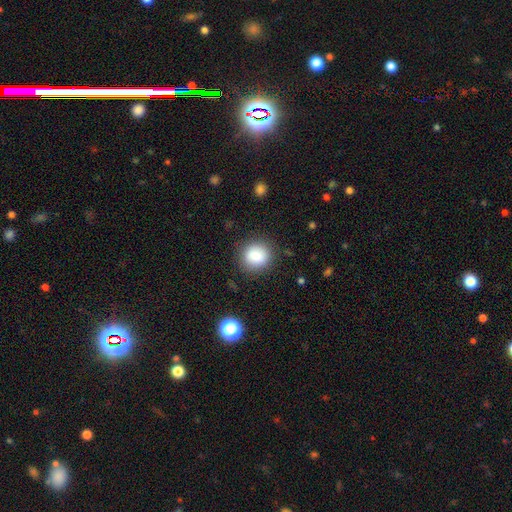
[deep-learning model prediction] Smooth or featured?
  - smooth: 84% *
  - star or artifact: 10%
  - featured or disk: 6%
How rounded?
  - round: 86% *
  - in between: 13%
  - cigar-shaped: 1%
Merging?
  - none: 86% *
  - minor disturbance: 9%
  - major disturbance: 3%
  - merger: 1%